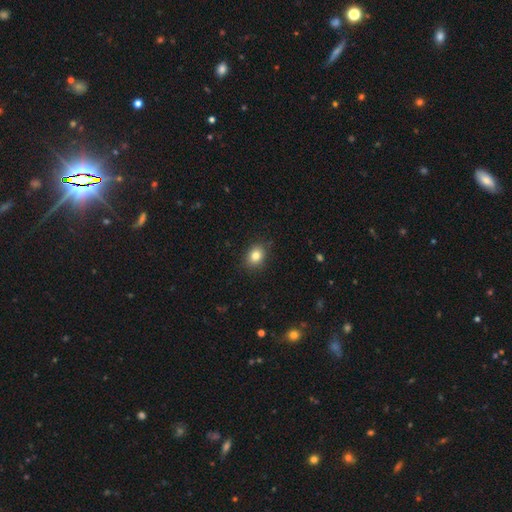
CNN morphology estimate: smooth-or-featured: smooth: 83% | star or artifact: 10% | featured or disk: 7%
  how-rounded: in between: 53% | round: 46% | cigar-shaped: 1%
  merging: none: 87% | minor disturbance: 10% | major disturbance: 2% | merger: 1%